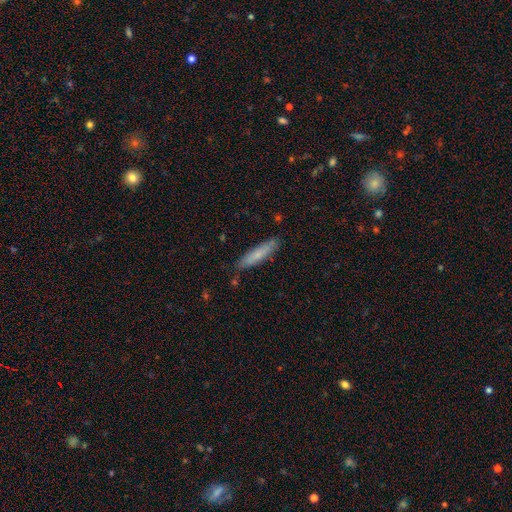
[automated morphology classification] Smooth or featured: smooth — 73% (featured or disk — 21%)
How rounded: cigar-shaped — 81% (in between — 18%)
Merging: none — 80% (minor disturbance — 15%)